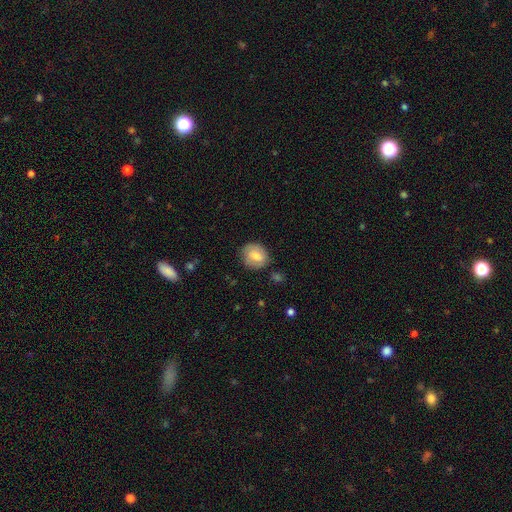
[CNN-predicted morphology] Smooth or featured? smooth (72%)
How rounded? round (66%)
Merging? none (74%)